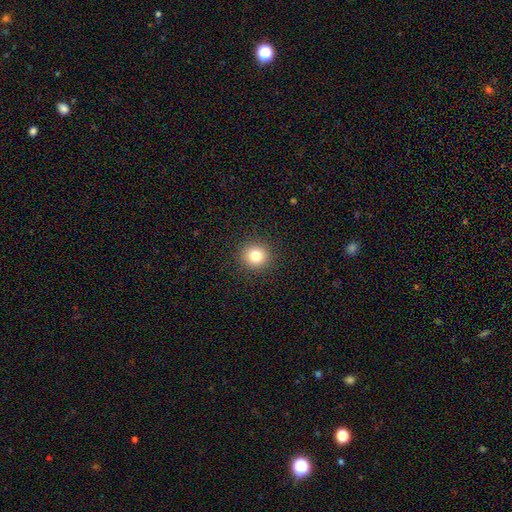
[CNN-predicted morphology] smooth-or-featured: smooth: 81% | star or artifact: 12% | featured or disk: 7%
  how-rounded: round: 92% | in between: 7% | cigar-shaped: 1%
  merging: none: 92% | minor disturbance: 5% | major disturbance: 2% | merger: 1%